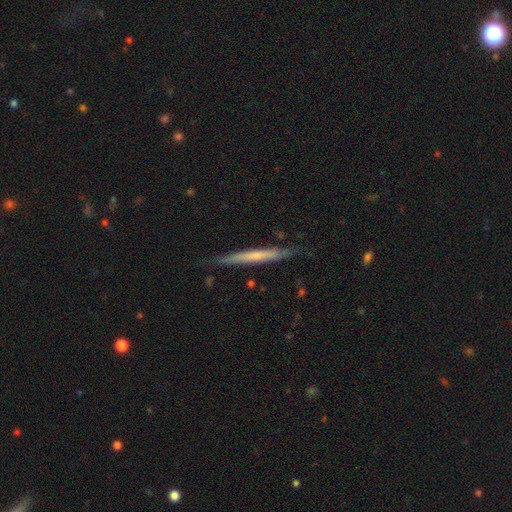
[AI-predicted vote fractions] The model was most divided on "smooth or featured": featured or disk: 50%, smooth: 44%, star or artifact: 5%. More confident: edge-on disk — yes (95%); merging — none (84%).